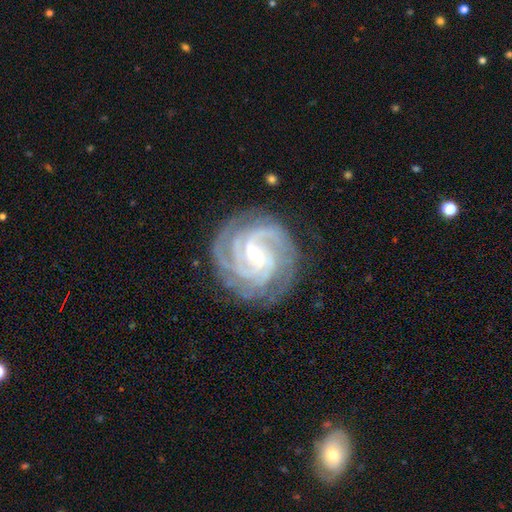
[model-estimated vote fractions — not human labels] smooth_or_featured: featured or disk (p=0.93) [alt: star or artifact p=0.04]
disk_edge_on: no (p=0.98) [alt: yes p=0.02]
bar: weak (p=0.50) [alt: strong p=0.29]
has_spiral_arms: yes (p=0.99) [alt: no p=0.01]
spiral_winding: tight (p=0.69) [alt: medium p=0.28]
spiral_arm_count: 4 (p=0.31) [tied with: 3 p=0.31]
bulge_size: small (p=0.63) [alt: moderate p=0.34]
merging: none (p=0.81) [alt: minor disturbance p=0.13]